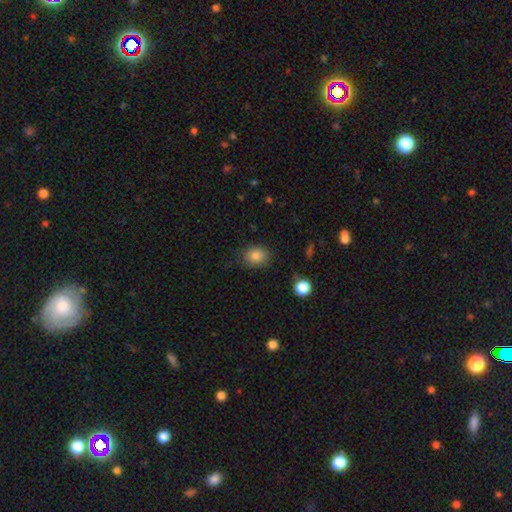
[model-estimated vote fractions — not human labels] Smooth or featured: smooth — 85% (star or artifact — 9%)
How rounded: round — 51% (in between — 48%)
Merging: none — 80% (minor disturbance — 14%)